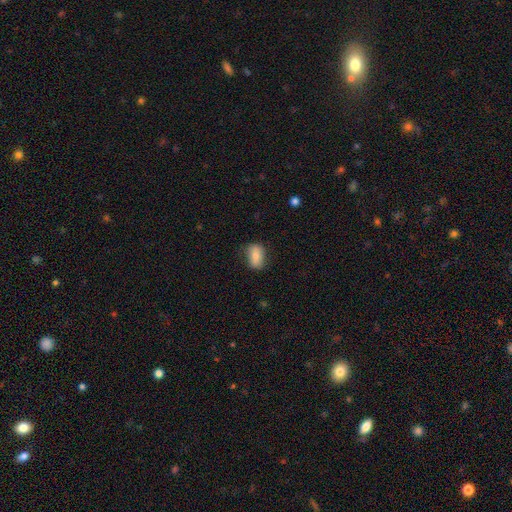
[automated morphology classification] This is likely a smooth galaxy (78%). How rounded: clearly in between (82%). Merging: likely none (69%).